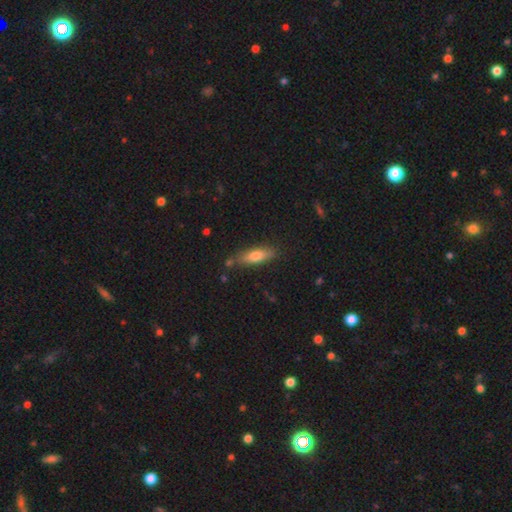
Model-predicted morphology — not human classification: smooth 68%, featured or disk 25%, star or artifact 7%. Down the decision tree: how rounded — cigar-shaped (52%); merging — none (78%).